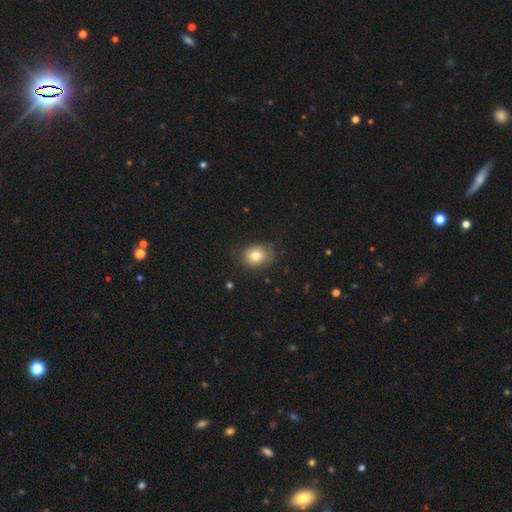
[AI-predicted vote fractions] This appears to be a smooth galaxy with no disk features (79%) that is round (52%). Merging: none (80%).